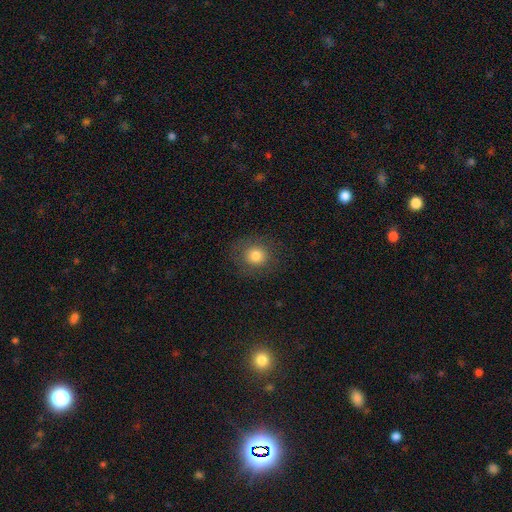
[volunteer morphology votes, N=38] smooth_or_featured: smooth (p=0.87) [alt: featured or disk p=0.08]
how_rounded: round (p=0.82) [alt: in between p=0.18]
merging: none (p=0.83) [alt: minor disturbance p=0.14]